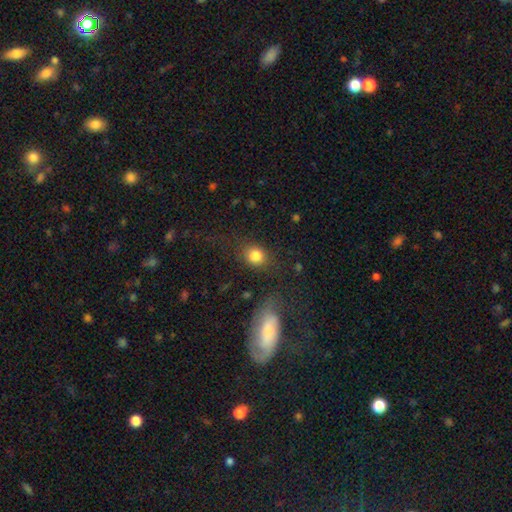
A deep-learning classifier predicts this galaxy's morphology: Smooth or featured?
  - smooth: 82% *
  - star or artifact: 10%
  - featured or disk: 8%
How rounded?
  - round: 63% *
  - in between: 36%
  - cigar-shaped: 2%
Merging?
  - none: 70% *
  - minor disturbance: 14%
  - major disturbance: 10%
  - merger: 6%